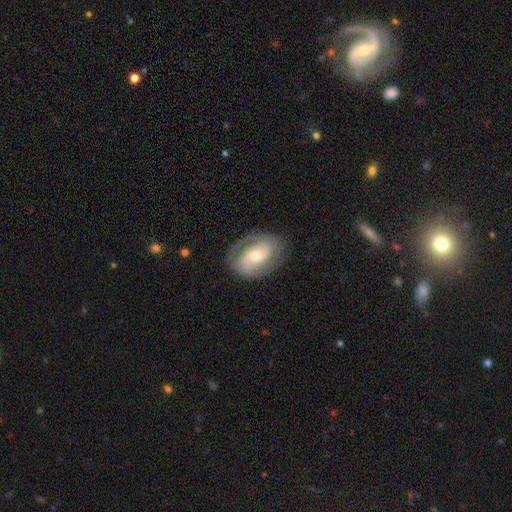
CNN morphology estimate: A featured or disk galaxy (77%) with no bar (50%), 2 (80%) medium (45%) spiral arms (93%) and a moderate central bulge (50%). Merging: none (77%).